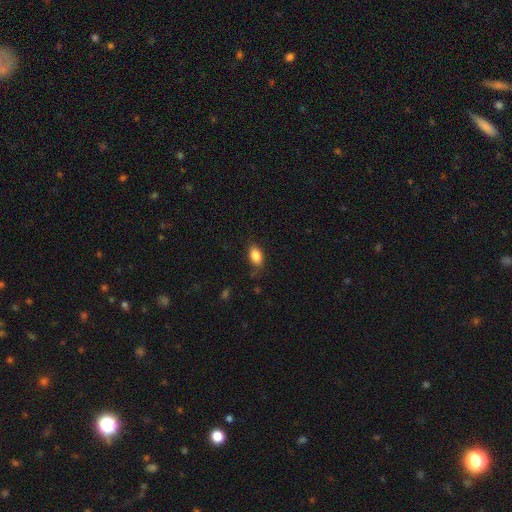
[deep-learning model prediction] This appears to be a smooth galaxy with no disk features (85%) that is in between round and cigar-shaped (88%). Merging: none (76%).